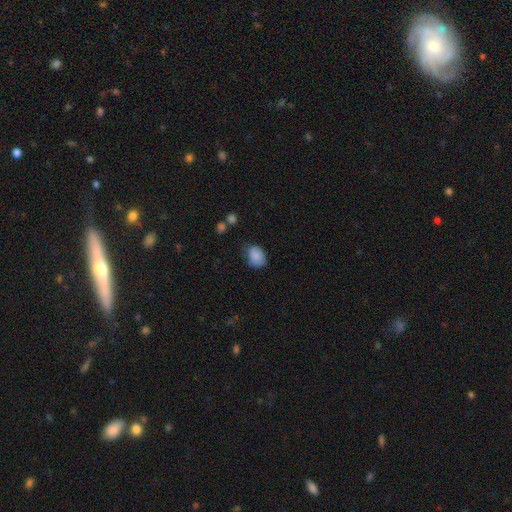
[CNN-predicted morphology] Smooth or featured? smooth (85%)
How rounded? in between (69%)
Merging? none (60%)